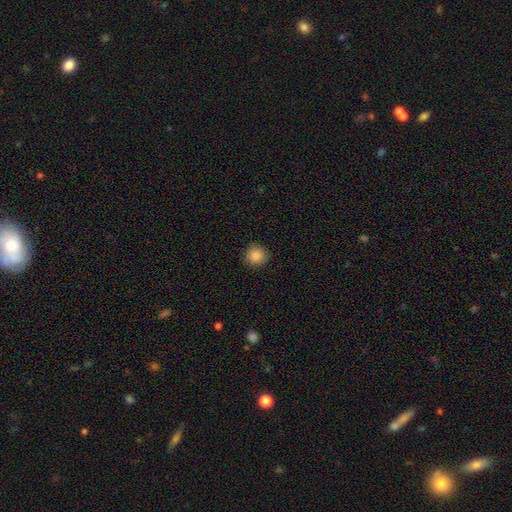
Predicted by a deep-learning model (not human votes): Smooth or featured: smooth — 87% (star or artifact — 9%)
How rounded: round — 92% (in between — 7%)
Merging: none — 87% (minor disturbance — 10%)